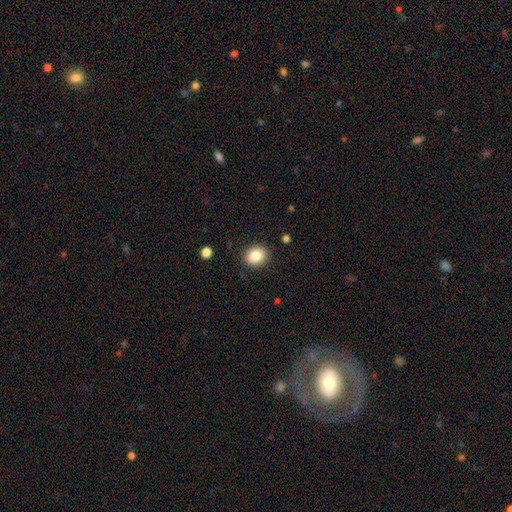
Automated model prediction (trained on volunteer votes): Smooth or featured?
  - smooth: 85% *
  - star or artifact: 9%
  - featured or disk: 6%
How rounded?
  - round: 58% *
  - in between: 41%
  - cigar-shaped: 1%
Merging?
  - none: 89% *
  - minor disturbance: 8%
  - major disturbance: 2%
  - merger: 1%